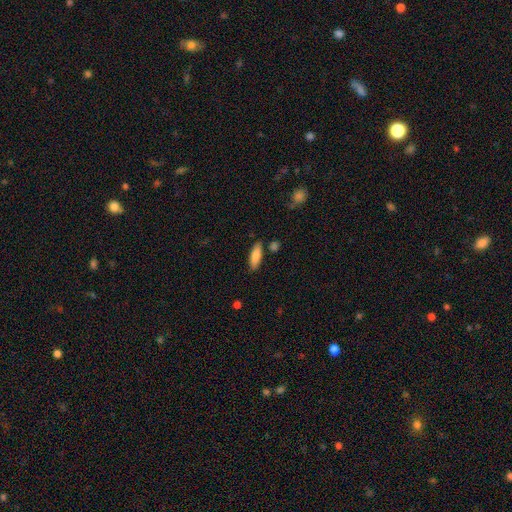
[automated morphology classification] Overall: smooth (81%). How rounded: in between (55%; cigar-shaped 43%). Merging: none (82%).